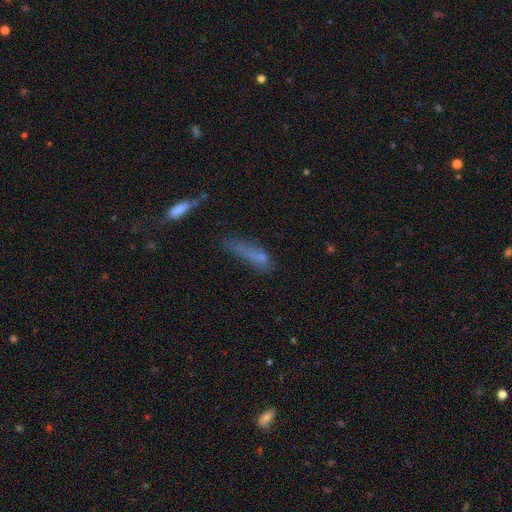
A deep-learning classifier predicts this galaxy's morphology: Smooth or featured: smooth — 64% (featured or disk — 23%)
How rounded: cigar-shaped — 69% (in between — 28%)
Merging: none — 34% (major disturbance — 27%)